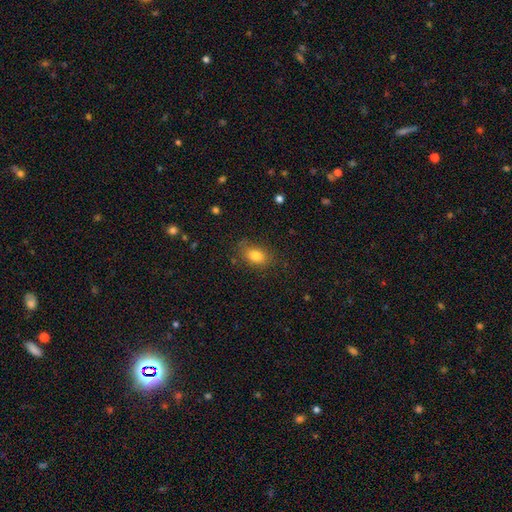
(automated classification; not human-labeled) Morphology: type=smooth (81%); roundness=in between (83%); merging=none (77%).